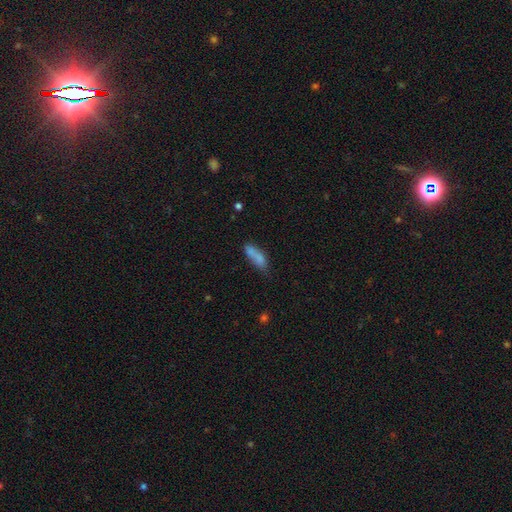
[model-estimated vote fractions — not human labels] The model was most divided on "how rounded": in between: 57%, cigar-shaped: 40%, round: 3%. Remaining: smooth or featured — smooth (74%); merging — none (44%).